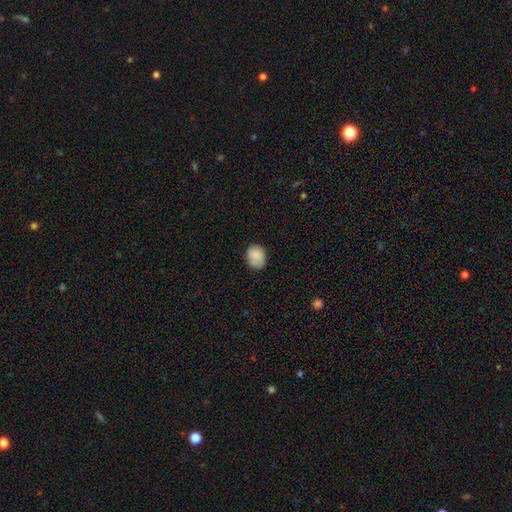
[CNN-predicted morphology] The model was most divided on "how rounded": in between: 50%, round: 49%, cigar-shaped: 1%. More confident: smooth or featured — smooth (86%); merging — none (74%).